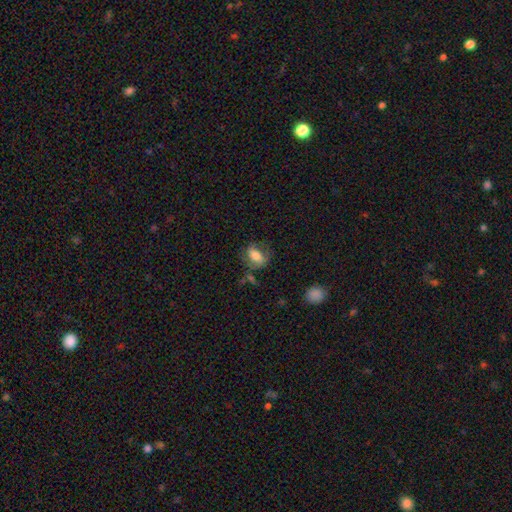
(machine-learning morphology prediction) The model was most divided on "merging": none: 53%, minor disturbance: 24%, major disturbance: 16%, merger: 6%. More confident: how rounded — in between (76%); smooth or featured — smooth (62%).